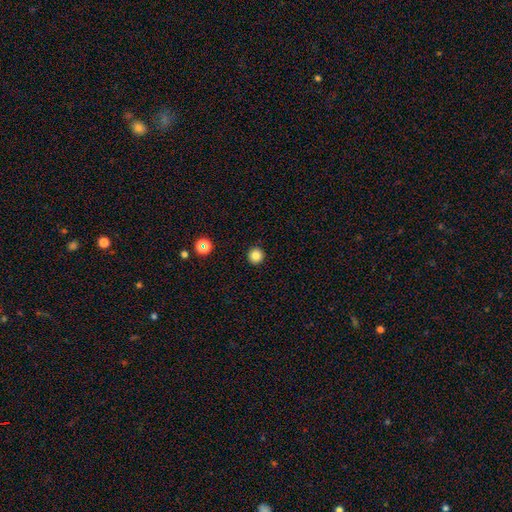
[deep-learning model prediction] Q: Smooth or featured?
A: smooth (83%); runner-up: star or artifact (12%)
Q: How rounded?
A: round (96%); runner-up: in between (3%)
Q: Merging?
A: none (93%); runner-up: minor disturbance (4%)